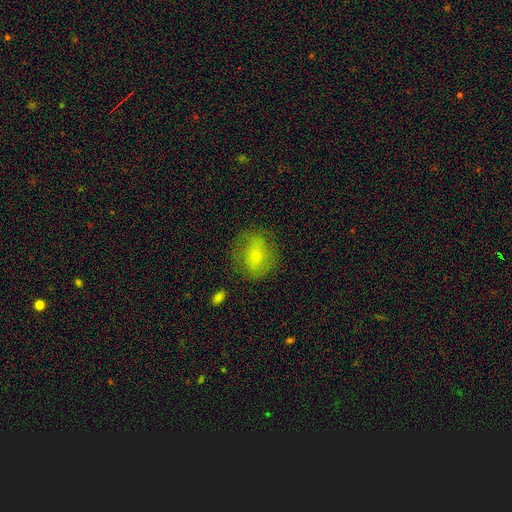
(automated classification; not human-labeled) smooth_or_featured: smooth (p=0.62) [alt: featured or disk p=0.30]
how_rounded: round (p=0.52) [alt: in between p=0.46]
merging: none (p=0.71) [alt: minor disturbance p=0.18]